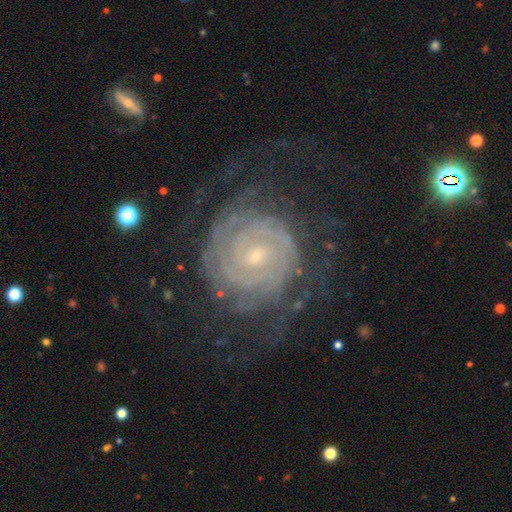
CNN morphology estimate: type=featured or disk (88%); edge-on=no (98%); bar=no (58%); spiral arms=yes (97%); winding=tight (81%); arm count=2 (34%); bulge=small (77%); merging=none (71%).